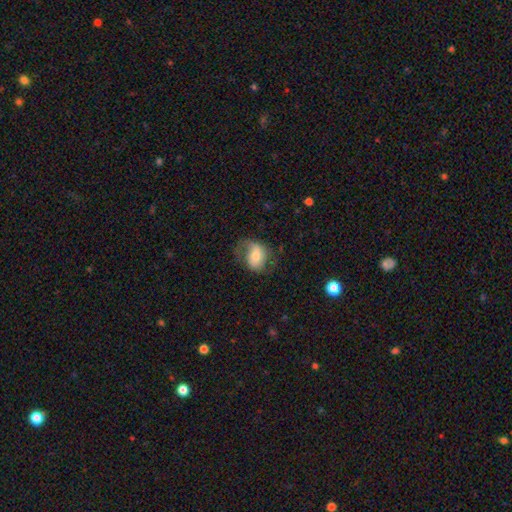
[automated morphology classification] This is possibly a featured or disk galaxy (52%). It is clearly not viewed edge-on (96%). Merging: possibly none (52%).